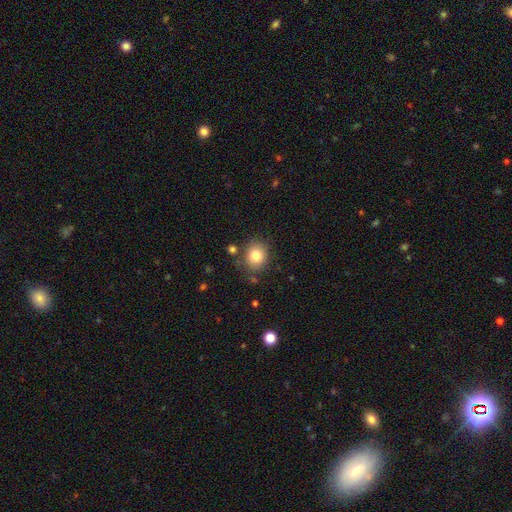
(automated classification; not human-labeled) smooth-or-featured: smooth: 82% | star or artifact: 10% | featured or disk: 8%
  how-rounded: round: 68% | in between: 32% | cigar-shaped: 1%
  merging: none: 80% | minor disturbance: 12% | merger: 4% | major disturbance: 4%